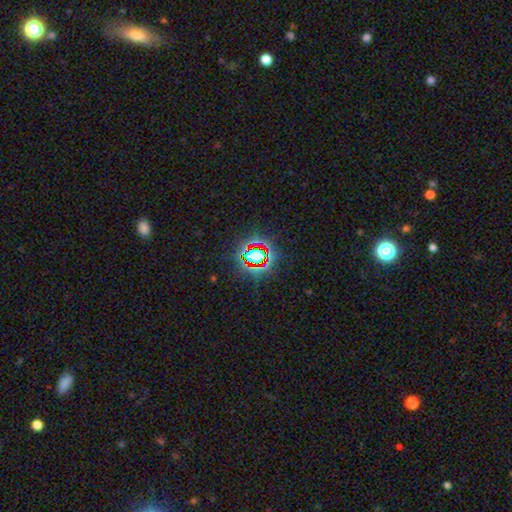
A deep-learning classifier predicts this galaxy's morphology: star or artifact 70%, smooth 19%, featured or disk 10%.